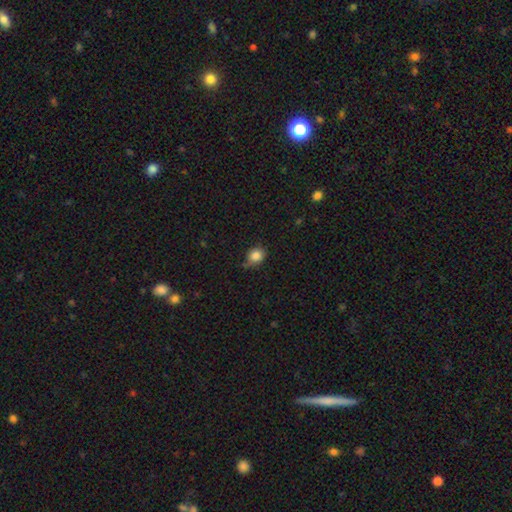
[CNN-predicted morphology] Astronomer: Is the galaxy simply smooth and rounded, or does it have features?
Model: smooth — 85%.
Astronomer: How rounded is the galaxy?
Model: round — 61% (runner-up: in between, 38%).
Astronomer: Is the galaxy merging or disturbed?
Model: none — 66%.